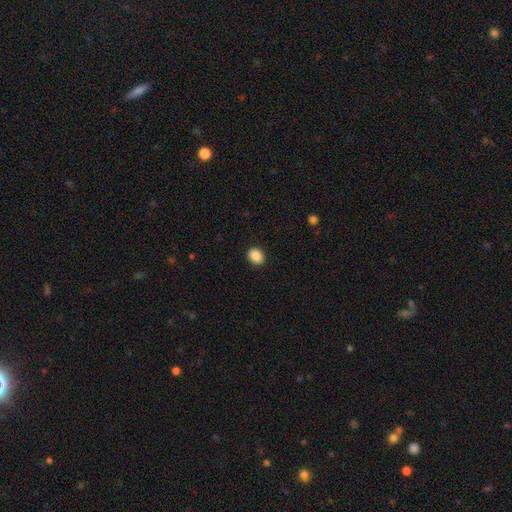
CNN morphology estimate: Smooth or featured?
  - smooth: 89% *
  - star or artifact: 8%
  - featured or disk: 3%
How rounded?
  - in between: 52% *
  - round: 47%
  - cigar-shaped: 1%
Merging?
  - none: 91% *
  - minor disturbance: 6%
  - major disturbance: 2%
  - merger: 1%